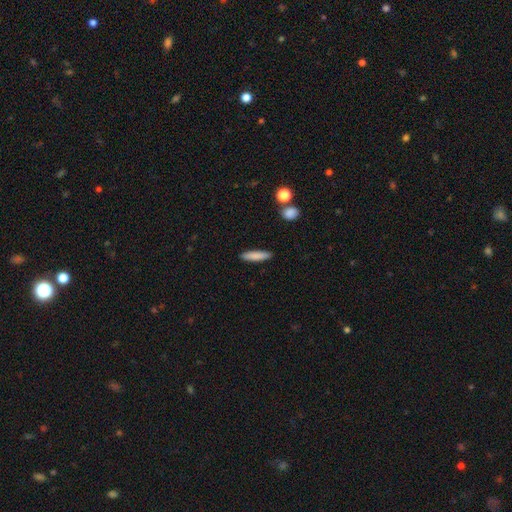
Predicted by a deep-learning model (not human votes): smooth-or-featured: smooth: 83% | featured or disk: 10% | star or artifact: 7%
  how-rounded: cigar-shaped: 82% | in between: 16% | round: 2%
  merging: none: 89% | minor disturbance: 8% | major disturbance: 2% | merger: 2%